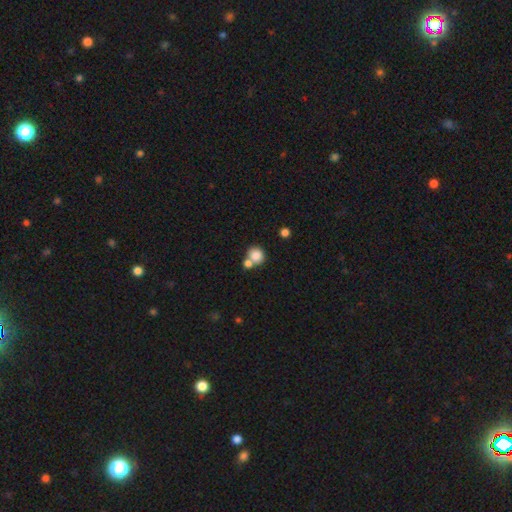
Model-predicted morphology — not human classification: Smooth or featured: smooth — 82% (star or artifact — 9%)
How rounded: round — 81% (in between — 18%)
Merging: none — 47% (merger — 41%)